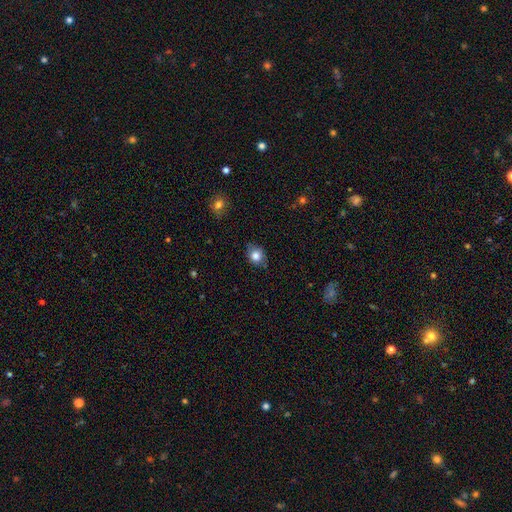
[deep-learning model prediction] A smooth galaxy with no disk features (81%) that is round (66%). Merging: none (79%).